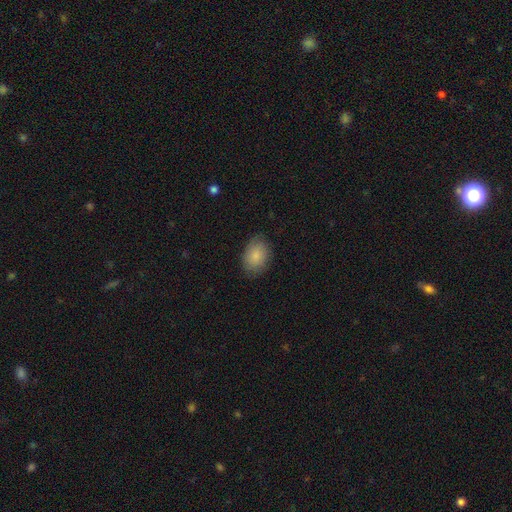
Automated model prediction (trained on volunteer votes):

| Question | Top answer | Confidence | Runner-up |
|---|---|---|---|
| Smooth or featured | smooth | 86% | featured or disk (7%) |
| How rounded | in between | 80% | round (19%) |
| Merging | none | 81% | minor disturbance (15%) |